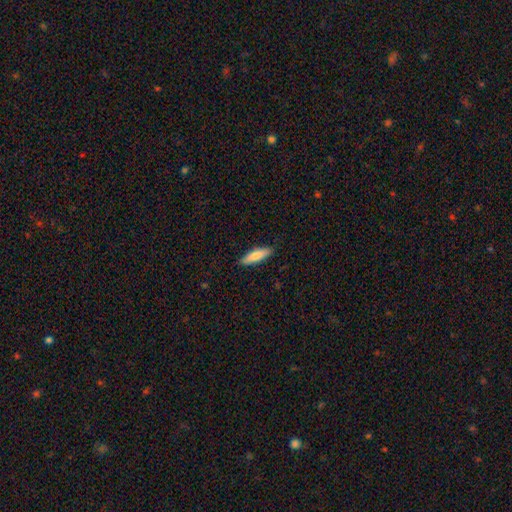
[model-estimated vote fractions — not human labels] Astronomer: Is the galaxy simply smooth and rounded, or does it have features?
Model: smooth — 78%.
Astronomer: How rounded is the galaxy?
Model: cigar-shaped — 66%.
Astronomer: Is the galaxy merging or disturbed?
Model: none — 88%.